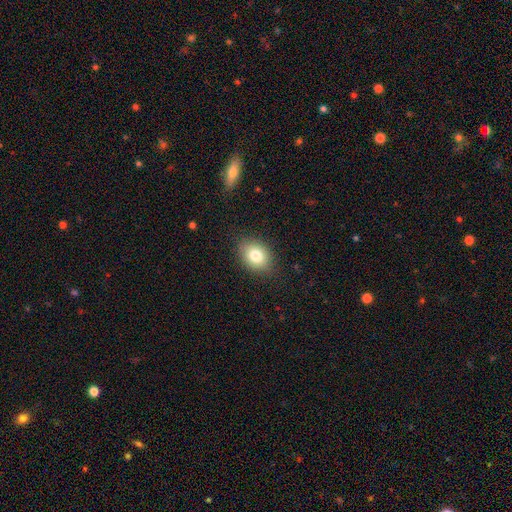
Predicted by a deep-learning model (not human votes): Smooth or featured?
  - smooth: 81% *
  - featured or disk: 10%
  - star or artifact: 9%
How rounded?
  - in between: 66% *
  - round: 33%
  - cigar-shaped: 1%
Merging?
  - none: 85% *
  - minor disturbance: 11%
  - major disturbance: 3%
  - merger: 1%